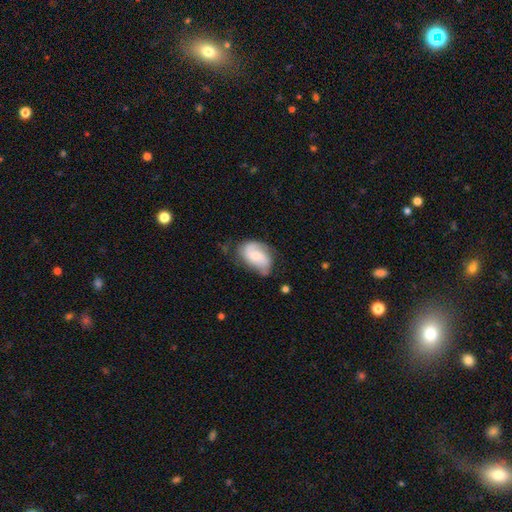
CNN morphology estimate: Overall: featured or disk (62%; smooth 32%). Edge-on disk: no (97%). Bar: no (57%; weak 35%). Spiral arms: yes (91%). Spiral arm count: 2 (76%). Spiral winding: medium (42%; loose 36%). Bulge size: small (46%; moderate 40%). Merging: none (57%; minor disturbance 29%).